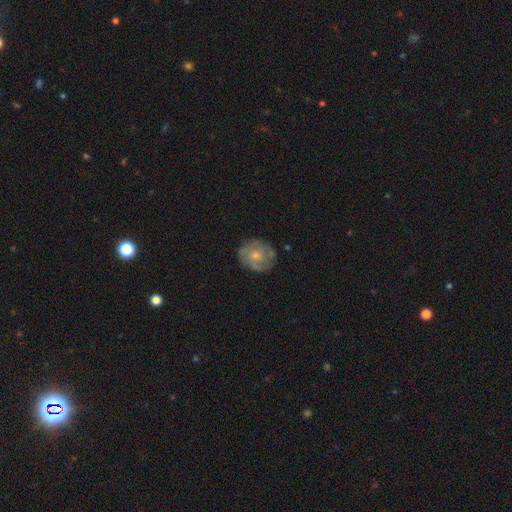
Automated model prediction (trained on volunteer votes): A featured or disk galaxy (61%) with no bar (78%), spiral arms (74%) and a small central bulge (48%). Merging: none (74%).